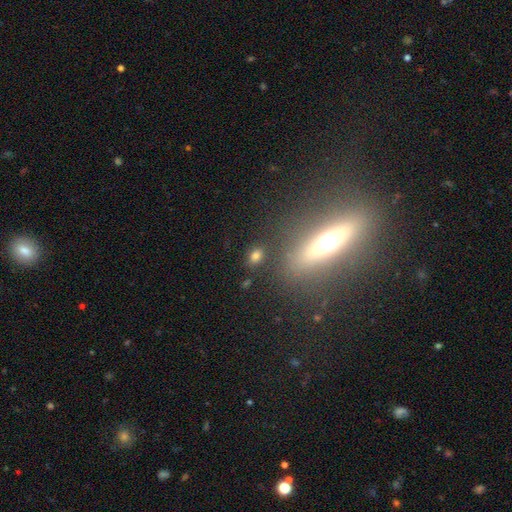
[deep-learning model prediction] smooth-or-featured: smooth: 76% | star or artifact: 16% | featured or disk: 8%
  how-rounded: in between: 71% | round: 26% | cigar-shaped: 3%
  merging: none: 80% | minor disturbance: 10% | merger: 6% | major disturbance: 4%